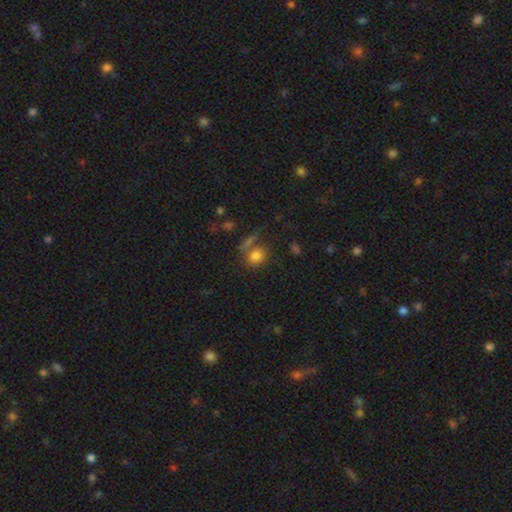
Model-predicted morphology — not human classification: Q: Smooth or featured?
A: smooth (78%); runner-up: star or artifact (13%)
Q: How rounded?
A: round (65%); runner-up: in between (33%)
Q: Merging?
A: none (59%); runner-up: merger (19%)